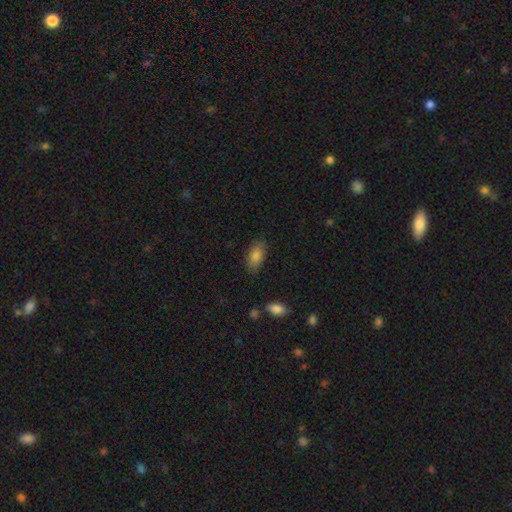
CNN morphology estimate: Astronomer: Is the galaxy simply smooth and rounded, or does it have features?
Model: smooth — 84%.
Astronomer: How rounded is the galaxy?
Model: in between — 91%.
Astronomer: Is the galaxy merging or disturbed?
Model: none — 81%.